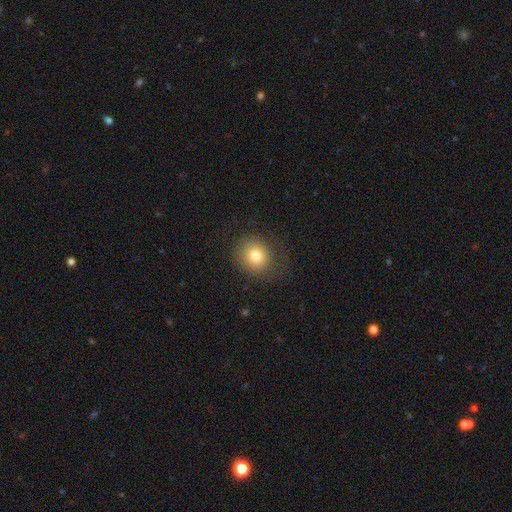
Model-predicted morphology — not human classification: smooth 77%, star or artifact 12%, featured or disk 11%. Down the decision tree: how rounded — round (84%); merging — none (79%).